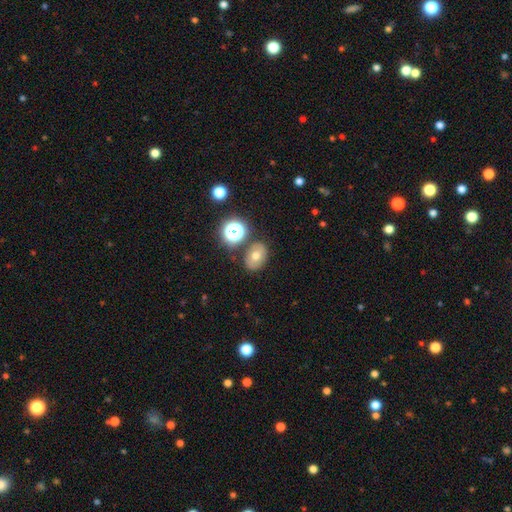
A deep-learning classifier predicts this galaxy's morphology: This appears to be a smooth galaxy with no disk features (60%) that is in between round and cigar-shaped (67%). Merging: none (78%).